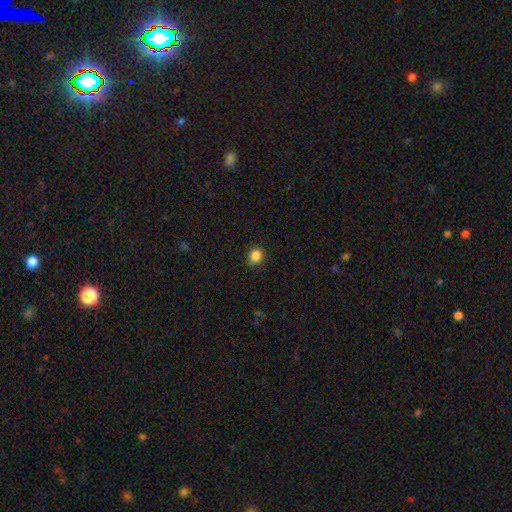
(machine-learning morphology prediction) This is clearly a smooth galaxy (85%). How rounded: likely round (74%). Merging: clearly none (88%).